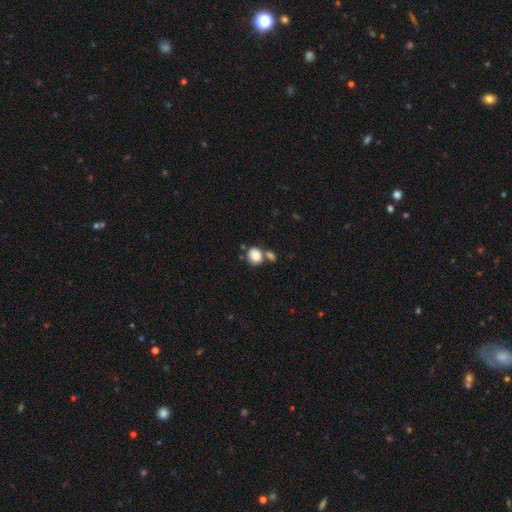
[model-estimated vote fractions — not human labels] This is clearly a smooth galaxy (82%). How rounded: likely round (68%). Merging: possibly none (51%).